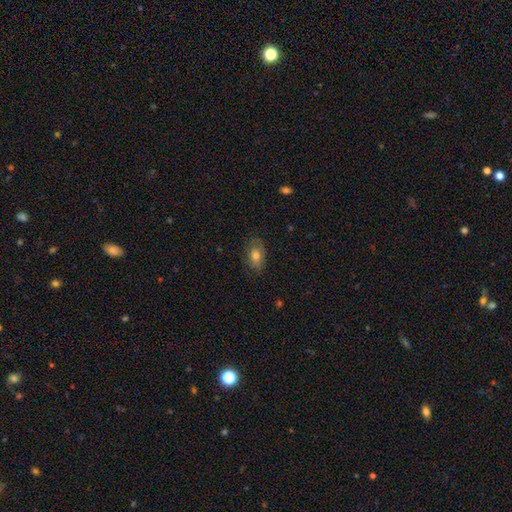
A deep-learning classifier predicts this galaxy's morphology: Smooth or featured?
  - smooth: 71% *
  - featured or disk: 21%
  - star or artifact: 9%
How rounded?
  - in between: 85% *
  - round: 13%
  - cigar-shaped: 2%
Merging?
  - none: 76% *
  - minor disturbance: 18%
  - major disturbance: 5%
  - merger: 1%